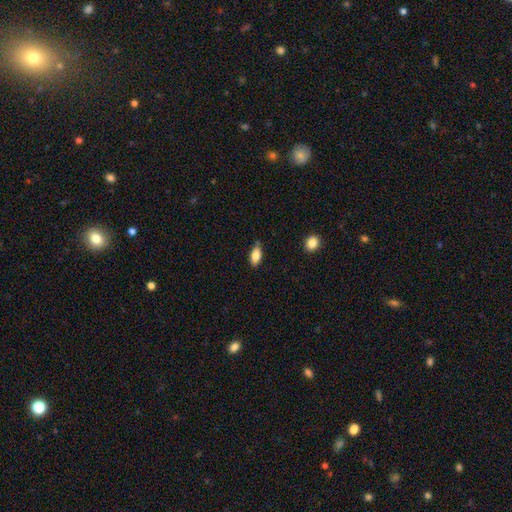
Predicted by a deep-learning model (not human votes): This appears to be a smooth galaxy with no disk features (82%) that is in between round and cigar-shaped (88%). Merging: none (74%).